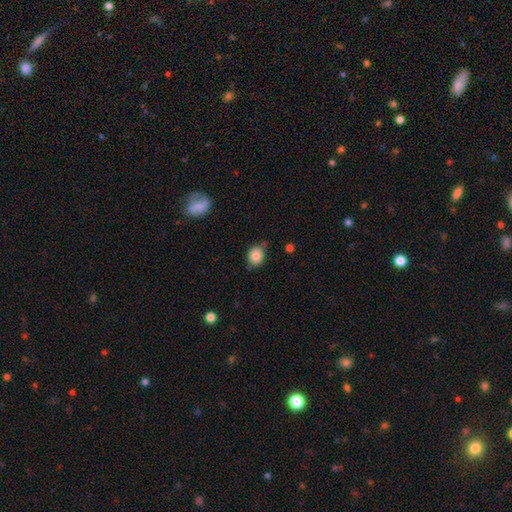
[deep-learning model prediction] This appears to be a smooth galaxy with no disk features (82%) that is round (62%). Merging: none (69%).